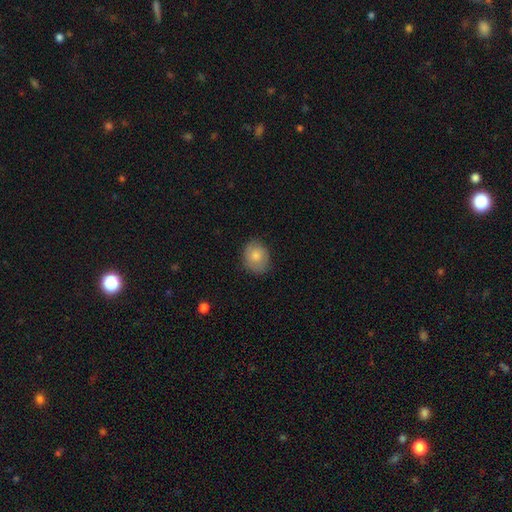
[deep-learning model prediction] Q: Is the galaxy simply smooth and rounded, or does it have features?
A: smooth — 76%.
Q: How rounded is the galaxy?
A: round — 61%.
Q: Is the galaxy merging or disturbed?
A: none — 74%.